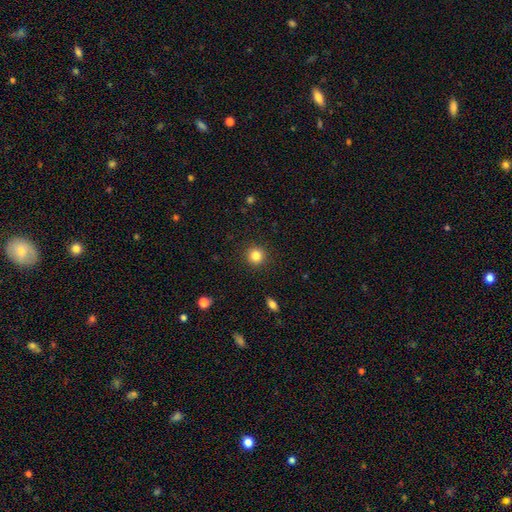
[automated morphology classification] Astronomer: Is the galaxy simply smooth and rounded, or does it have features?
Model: smooth — 83%.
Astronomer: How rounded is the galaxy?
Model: round — 94%.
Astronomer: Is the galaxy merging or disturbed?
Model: none — 92%.